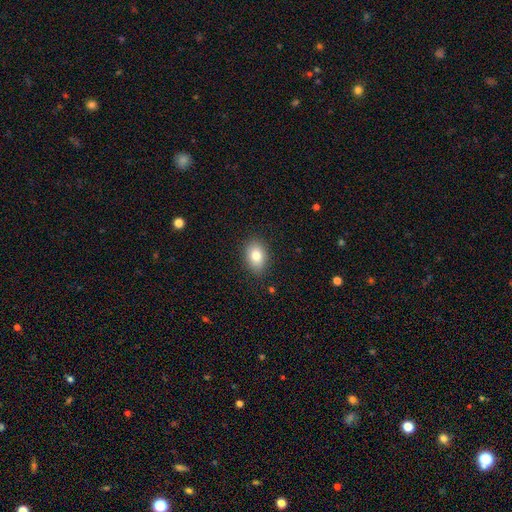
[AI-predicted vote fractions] Q: Smooth or featured?
A: smooth (80%); runner-up: featured or disk (11%)
Q: How rounded?
A: in between (78%); runner-up: round (20%)
Q: Merging?
A: none (86%); runner-up: minor disturbance (10%)